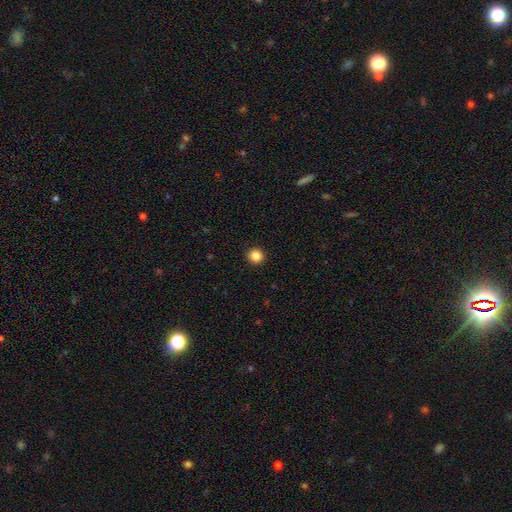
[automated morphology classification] A smooth galaxy with no disk features (86%) that is round (92%). Merging: none (93%).